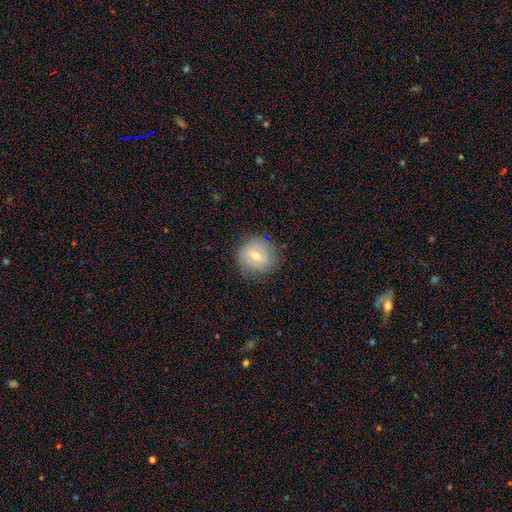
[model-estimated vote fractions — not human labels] smooth-or-featured: featured or disk: 52% | smooth: 37% | star or artifact: 11%
  disk-edge-on: no: 94% | yes: 6%
  merging: none: 81% | minor disturbance: 14% | major disturbance: 5% | merger: 1%